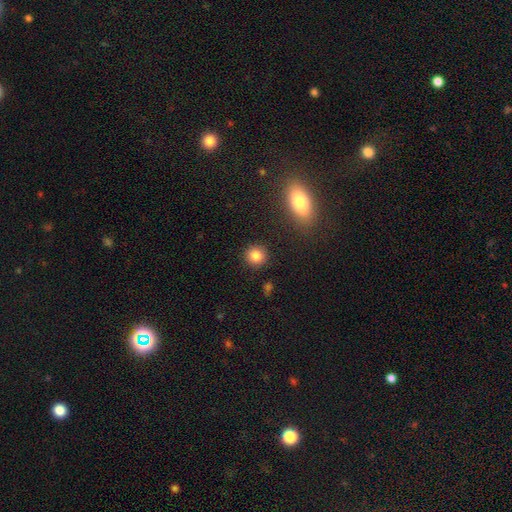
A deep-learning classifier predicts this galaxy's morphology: A smooth galaxy with no disk features (85%) that is round (90%). Merging: none (90%).